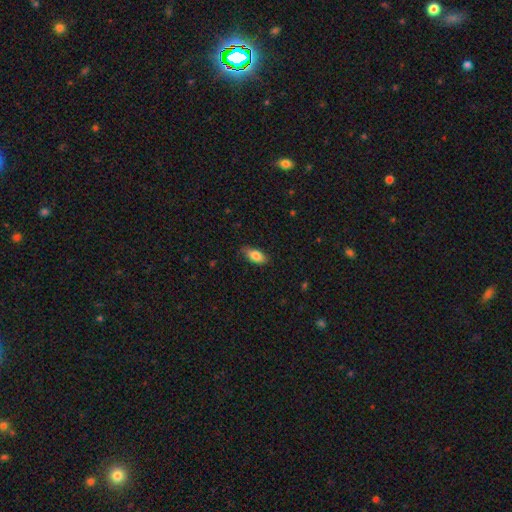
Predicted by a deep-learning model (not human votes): Overall: smooth (82%). How rounded: in between (89%). Merging: none (75%).